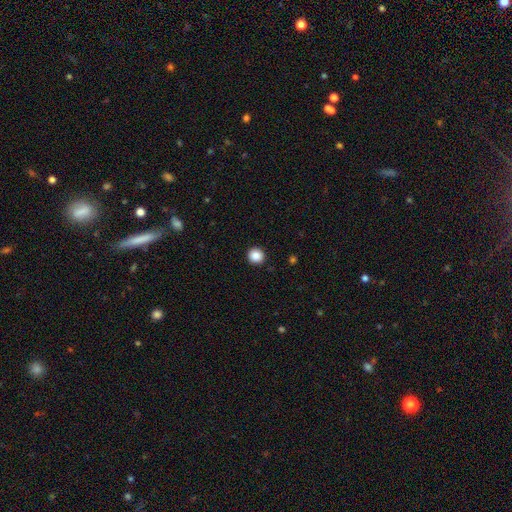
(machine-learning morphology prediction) This is clearly a smooth galaxy (87%). How rounded: clearly round (94%). Merging: clearly none (93%).